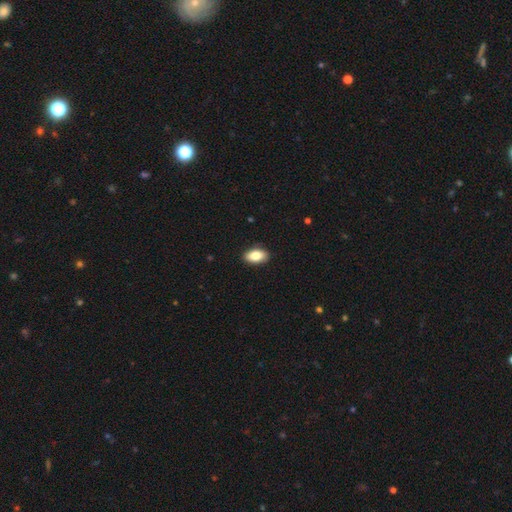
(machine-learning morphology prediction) Overall: smooth (84%). How rounded: in between (92%). Merging: none (89%).